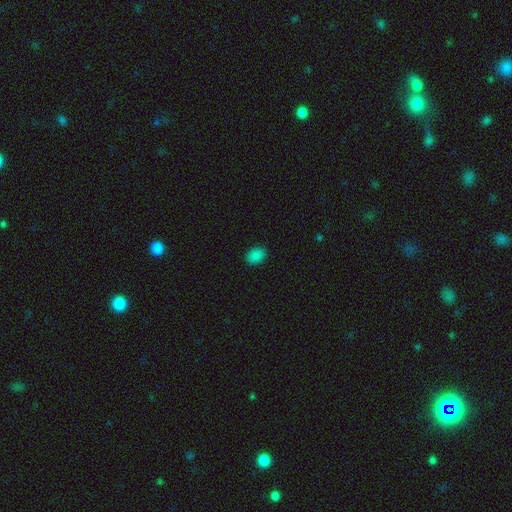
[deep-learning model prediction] smooth_or_featured: smooth (p=0.86) [alt: star or artifact p=0.11]
how_rounded: in between (p=0.77) [alt: round p=0.22]
merging: none (p=0.88) [alt: minor disturbance p=0.09]